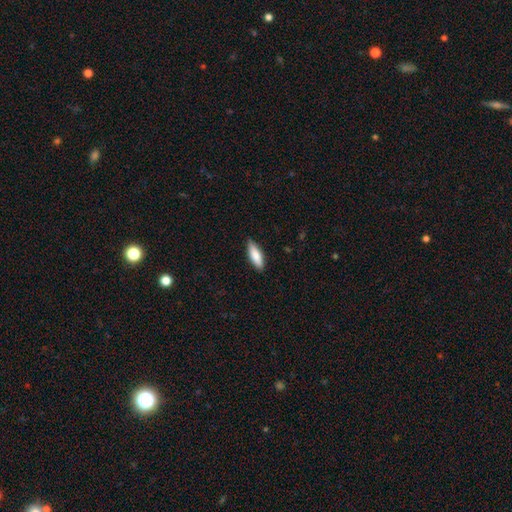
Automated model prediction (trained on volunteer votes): Morphology: type=smooth (81%); roundness=in between (53%); merging=none (86%).